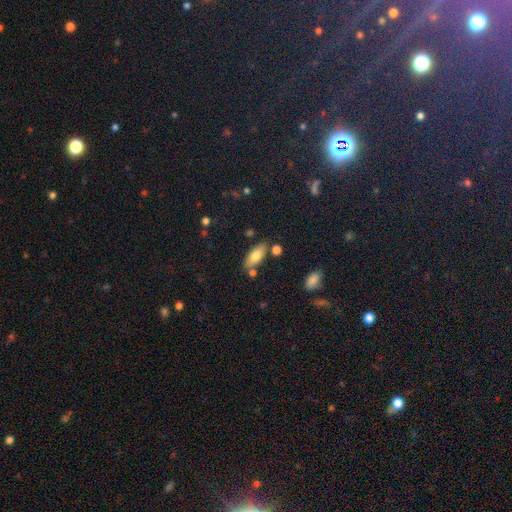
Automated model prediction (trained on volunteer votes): This is likely a smooth galaxy (77%). How rounded: clearly in between (82%). Merging: likely none (76%).